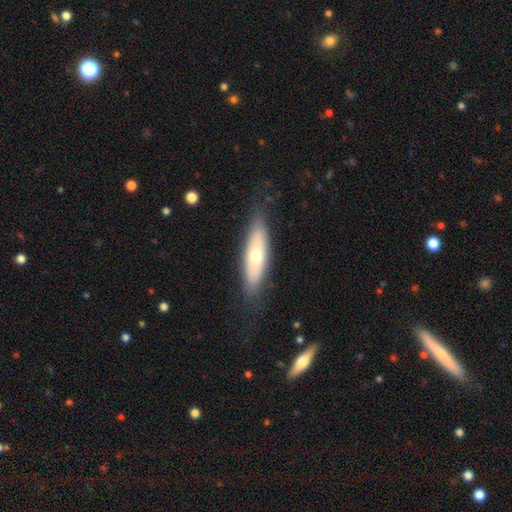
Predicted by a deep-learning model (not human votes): A smooth galaxy with no disk features (56%) that is cigar-shaped (49%, tied with in between).

Vote fractions:
- Smooth or featured? smooth: 56% / featured or disk: 38% / star or artifact: 6%
- How rounded? cigar-shaped: 49% (tied) / in between: 49% (tied) / round: 2%
- Merging? none: 80% / minor disturbance: 15% / major disturbance: 4% / merger: 1%